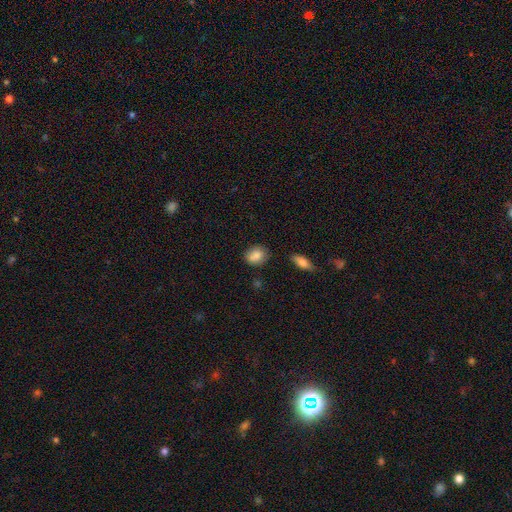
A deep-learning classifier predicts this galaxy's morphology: A smooth galaxy with no disk features (85%) that is in between round and cigar-shaped (50%).

Vote fractions:
- Smooth or featured? smooth: 85% / star or artifact: 8% / featured or disk: 7%
- How rounded? in between: 50% / round: 48% / cigar-shaped: 2%
- Merging? none: 73% / minor disturbance: 19% / major disturbance: 4% / merger: 4%